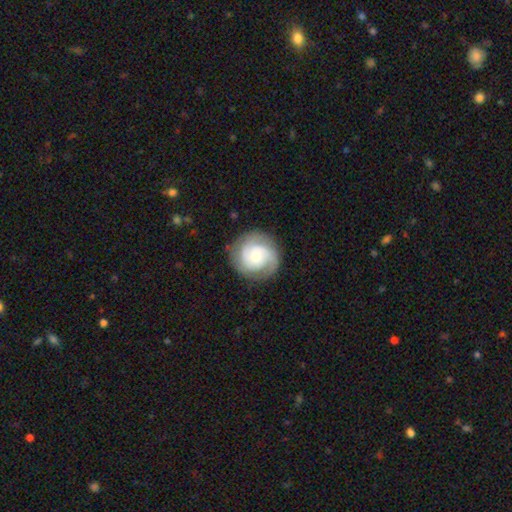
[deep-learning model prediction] A featured or disk galaxy (76%) with no bar (68%), 2 (53%) tight (56%) spiral arms (95%) and a small central bulge (50%). Merging: none (82%).